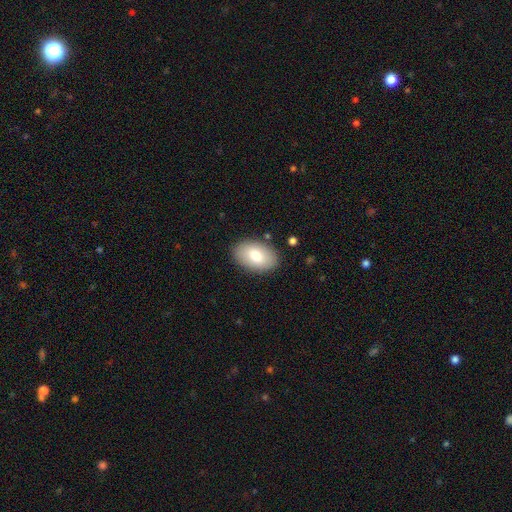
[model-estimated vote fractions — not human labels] Smooth or featured? Predicted: smooth (p=0.78). How rounded? Predicted: in between (p=0.91). Merging? Predicted: none (p=0.87).